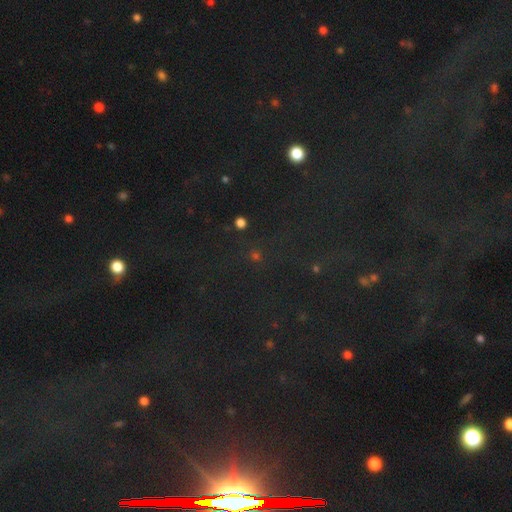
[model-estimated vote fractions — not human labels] The model was most divided on "smooth or featured": star or artifact: 64%, smooth: 28%, featured or disk: 7%.